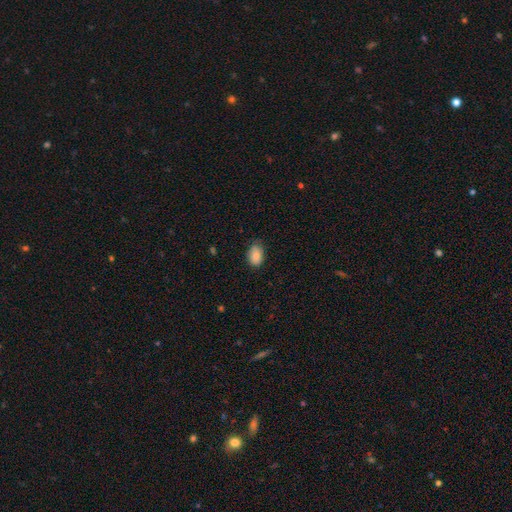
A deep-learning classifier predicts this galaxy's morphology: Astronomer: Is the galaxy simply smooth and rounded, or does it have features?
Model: smooth — 86%.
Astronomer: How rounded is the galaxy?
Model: in between — 85%.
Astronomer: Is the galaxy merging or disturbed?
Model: none — 72%.